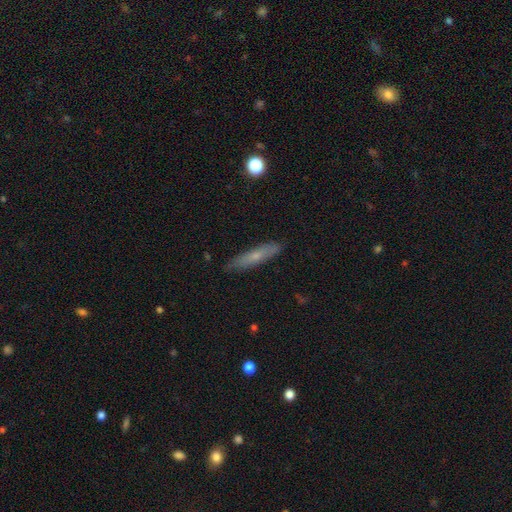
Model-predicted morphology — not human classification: The model was most divided on "smooth or featured": smooth: 56%, featured or disk: 37%, star or artifact: 7%. More confident: how rounded — cigar-shaped (87%); merging — none (85%).